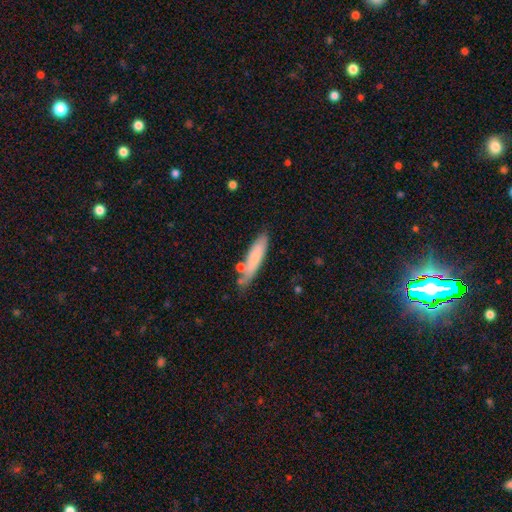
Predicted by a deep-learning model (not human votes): Smooth or featured: smooth — 71% (featured or disk — 23%)
How rounded: cigar-shaped — 74% (in between — 24%)
Merging: none — 61% (minor disturbance — 22%)